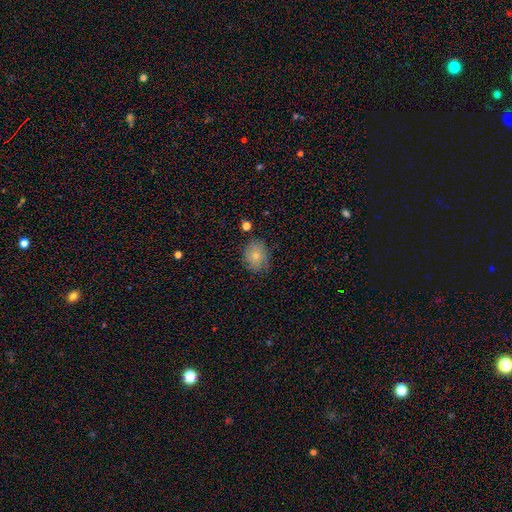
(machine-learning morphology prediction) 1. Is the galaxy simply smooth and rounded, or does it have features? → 75% smooth, 15% featured or disk, 10% star or artifact.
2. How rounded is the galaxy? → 65% round, 34% in between, 1% cigar-shaped.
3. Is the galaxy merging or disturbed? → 77% none, 17% minor disturbance, 4% major disturbance, 3% merger.